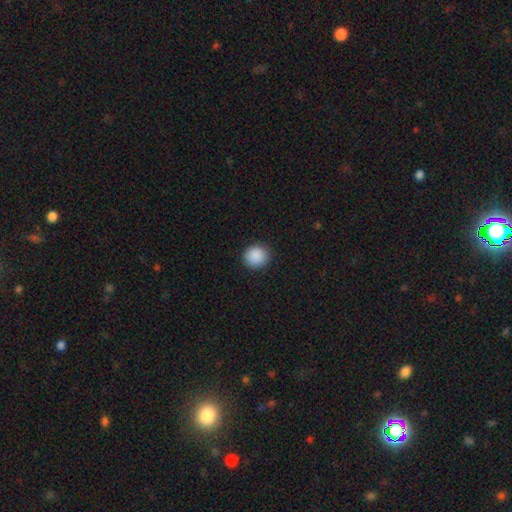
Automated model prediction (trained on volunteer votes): smooth_or_featured: smooth (p=0.90) [alt: star or artifact p=0.08]
how_rounded: round (p=0.91) [alt: in between p=0.09]
merging: none (p=0.91) [alt: minor disturbance p=0.06]